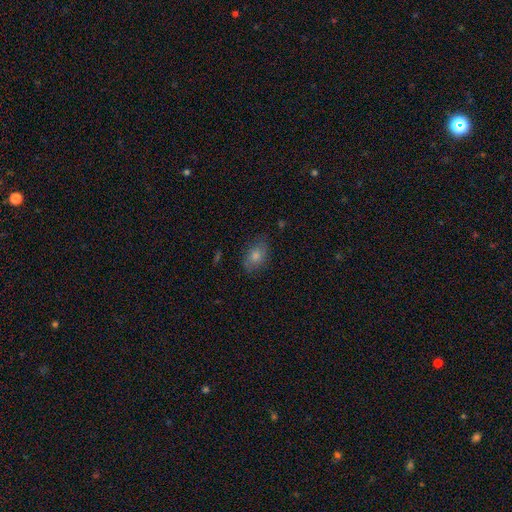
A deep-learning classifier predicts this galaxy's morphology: Q: Smooth or featured?
A: smooth (65%); runner-up: featured or disk (19%)
Q: How rounded?
A: in between (78%); runner-up: round (20%)
Q: Merging?
A: none (80%); runner-up: minor disturbance (15%)